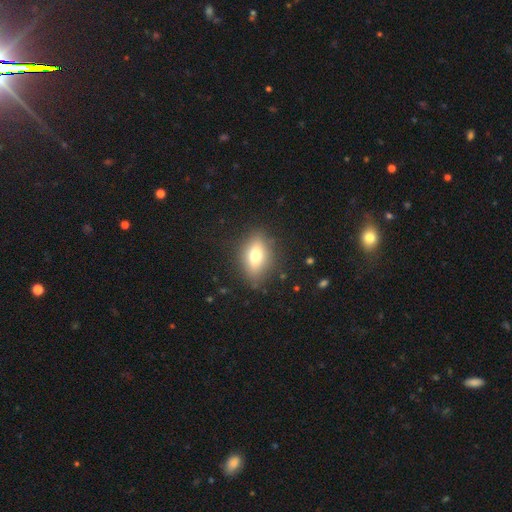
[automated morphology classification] A smooth galaxy with no disk features (69%) that is in between round and cigar-shaped (79%). Merging: none (83%).